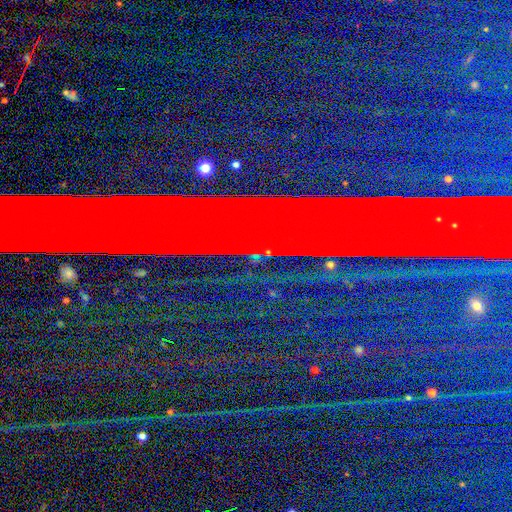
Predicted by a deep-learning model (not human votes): smooth-or-featured: star or artifact: 86% | smooth: 7% | featured or disk: 7%